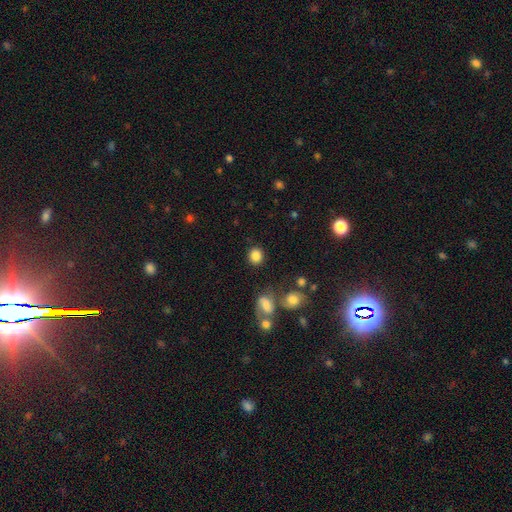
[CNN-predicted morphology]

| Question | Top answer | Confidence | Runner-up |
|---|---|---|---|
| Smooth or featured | smooth | 85% | star or artifact (10%) |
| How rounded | round | 78% | in between (21%) |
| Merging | none | 84% | minor disturbance (8%) |